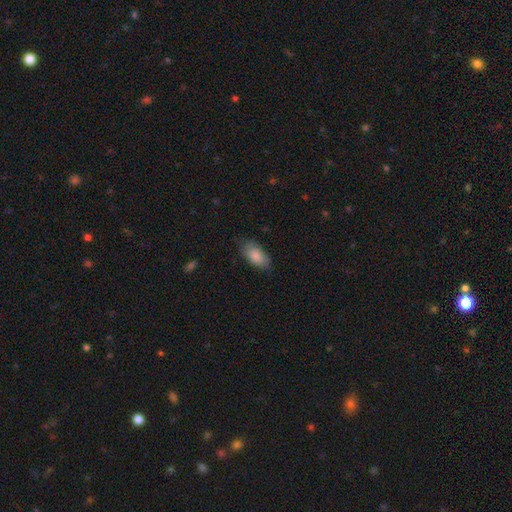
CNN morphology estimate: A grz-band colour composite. It shows a smooth galaxy with no disk features (86%) that is in between round and cigar-shaped (92%). Merging: none (76%).